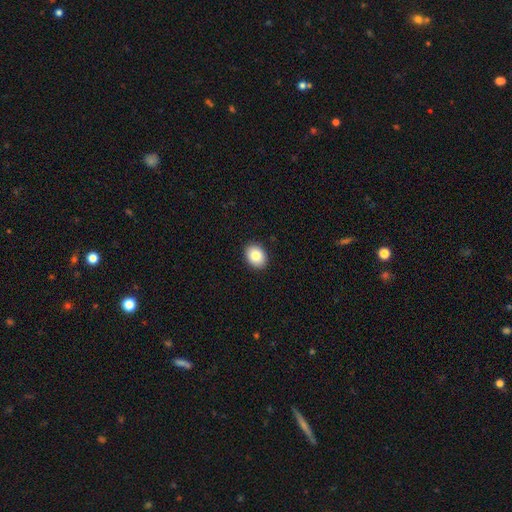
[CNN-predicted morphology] A smooth galaxy with no disk features (84%) that is in between round and cigar-shaped (63%). Merging: none (91%).